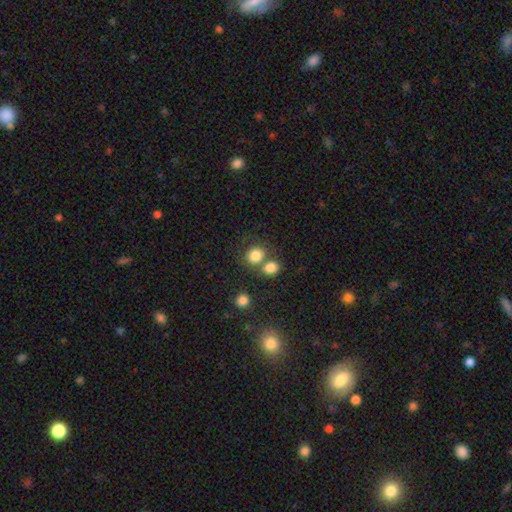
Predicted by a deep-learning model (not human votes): A smooth galaxy with no disk features (82%) that is round (72%).

Vote fractions:
- Smooth or featured? smooth: 82% / star or artifact: 11% / featured or disk: 8%
- How rounded? round: 72% / in between: 27% / cigar-shaped: 1%
- Merging? none: 51% / merger: 35% / minor disturbance: 9% / major disturbance: 4%